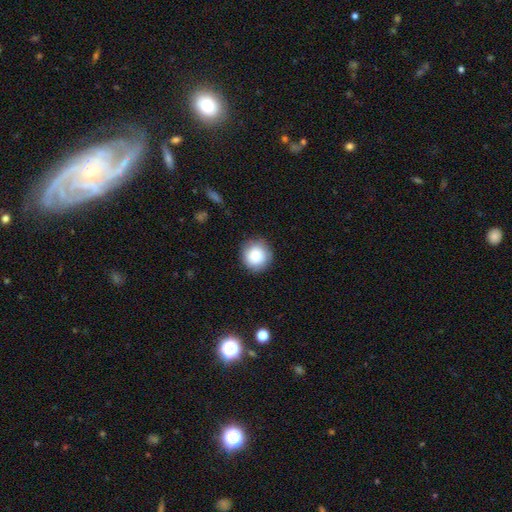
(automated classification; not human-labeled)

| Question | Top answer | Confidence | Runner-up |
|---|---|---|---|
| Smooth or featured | smooth | 86% | star or artifact (8%) |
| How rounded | round | 92% | in between (7%) |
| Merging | none | 87% | minor disturbance (10%) |